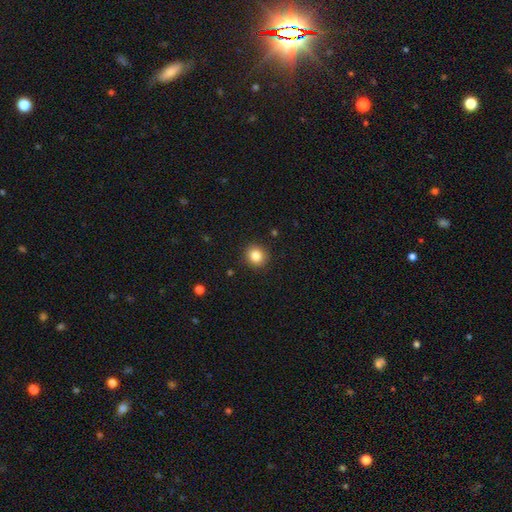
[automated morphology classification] Smooth or featured: smooth — 85% (star or artifact — 10%)
How rounded: round — 87% (in between — 12%)
Merging: none — 90% (minor disturbance — 6%)